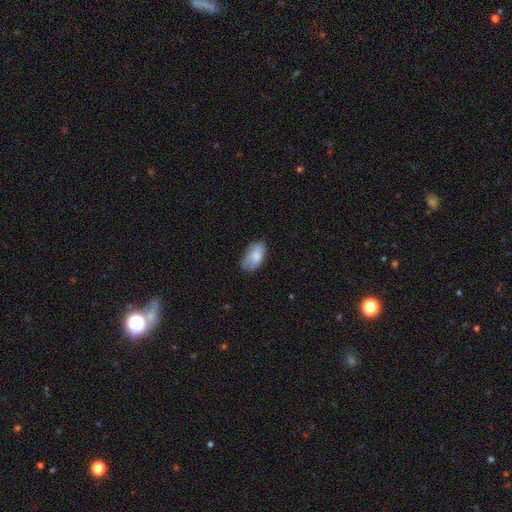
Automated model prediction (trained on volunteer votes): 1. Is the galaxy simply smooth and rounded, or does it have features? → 78% smooth, 15% featured or disk, 7% star or artifact.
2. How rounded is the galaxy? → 93% in between, 5% round, 2% cigar-shaped.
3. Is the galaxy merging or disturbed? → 60% none, 31% minor disturbance, 8% major disturbance, 1% merger.